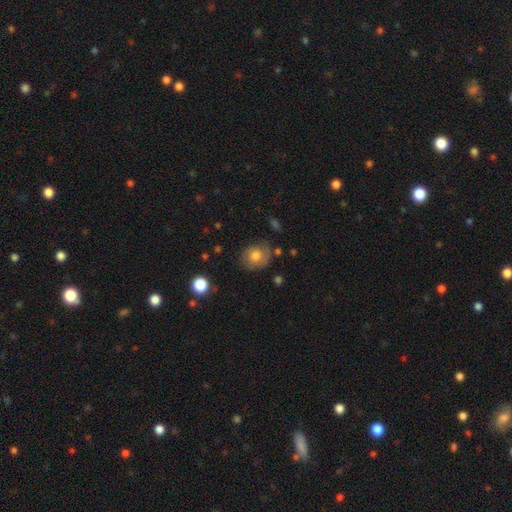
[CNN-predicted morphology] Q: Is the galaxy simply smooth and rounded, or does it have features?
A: smooth — 61%.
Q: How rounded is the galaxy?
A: round — 64%.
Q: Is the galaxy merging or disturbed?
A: none — 68%.